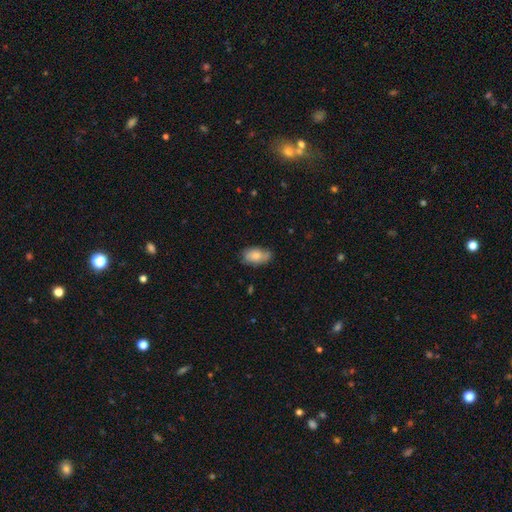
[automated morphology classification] The model was most divided on "merging": none: 64%, minor disturbance: 28%, major disturbance: 6%, merger: 2%. More confident: how rounded — in between (92%); smooth or featured — smooth (76%).